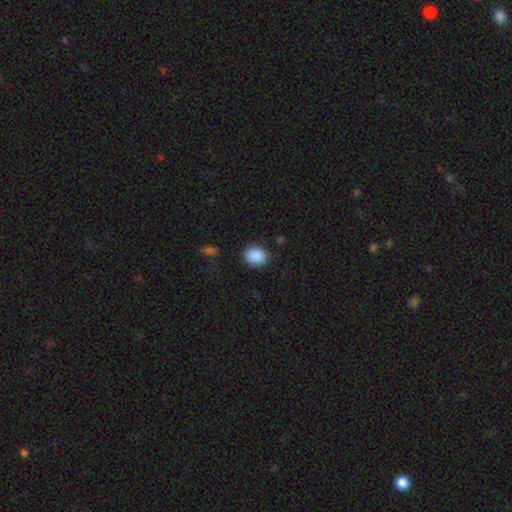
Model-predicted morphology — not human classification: This appears to be a smooth galaxy with no disk features (89%) that is round (53%). Merging: none (87%).